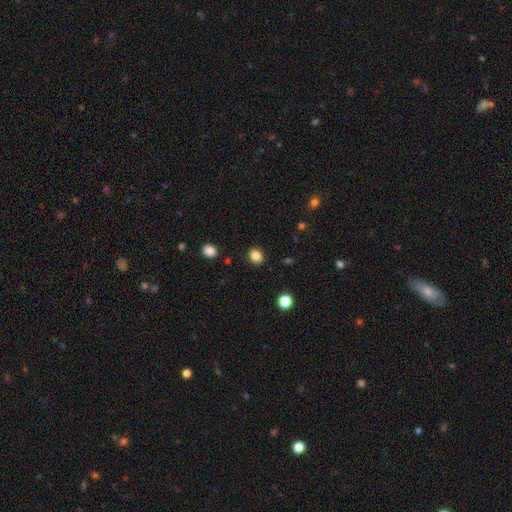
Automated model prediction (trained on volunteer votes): Smooth or featured? smooth (85%)
How rounded? round (70%)
Merging? none (89%)